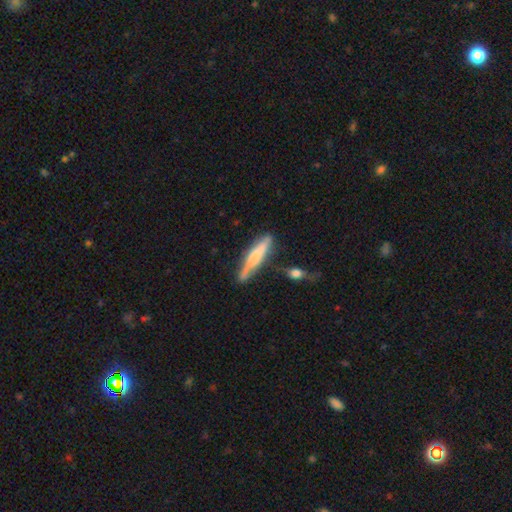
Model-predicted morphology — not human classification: Smooth or featured: smooth — 52% (featured or disk — 42%)
How rounded: cigar-shaped — 87% (in between — 12%)
Merging: none — 63% (minor disturbance — 22%)